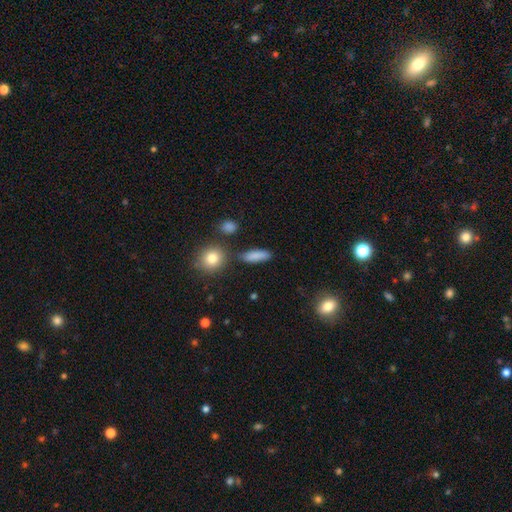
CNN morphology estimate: This is clearly a smooth galaxy (84%). How rounded: possibly in between (51%). Merging: clearly none (80%).